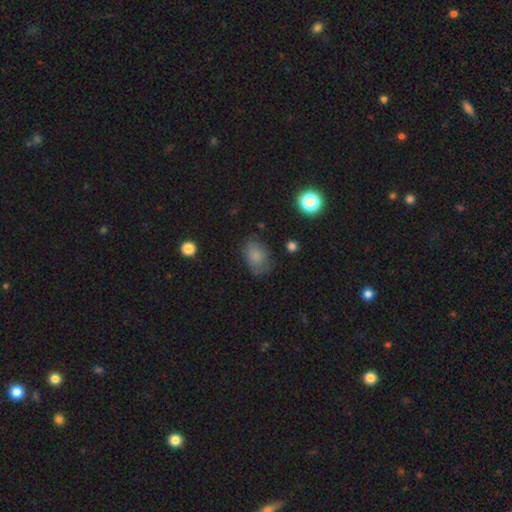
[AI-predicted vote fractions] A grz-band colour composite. It shows a smooth galaxy with no disk features (77%) that is in between round and cigar-shaped (77%). Merging: none (66%).